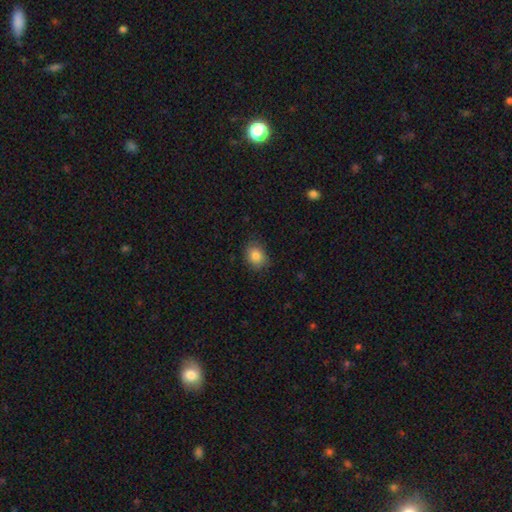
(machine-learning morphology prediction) smooth-or-featured: smooth: 84% | star or artifact: 9% | featured or disk: 7%
  how-rounded: in between: 50% | round: 49% | cigar-shaped: 1%
  merging: none: 81% | minor disturbance: 15% | major disturbance: 3% | merger: 1%